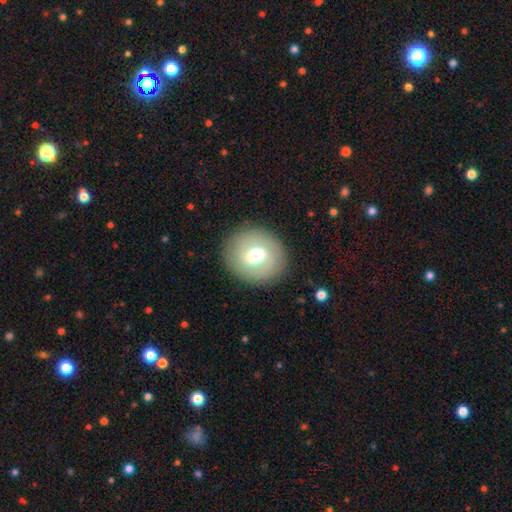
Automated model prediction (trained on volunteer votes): This appears to be a smooth galaxy with no disk features (54%) that is round (83%). Merging: none (89%).